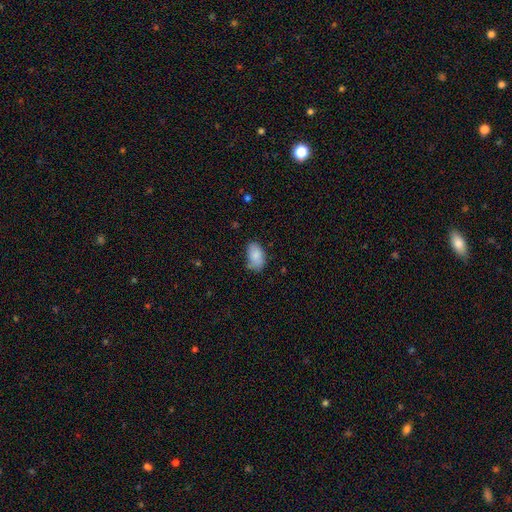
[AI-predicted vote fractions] Smooth or featured: smooth — 86% (featured or disk — 7%)
How rounded: in between — 92% (round — 7%)
Merging: none — 69% (minor disturbance — 24%)